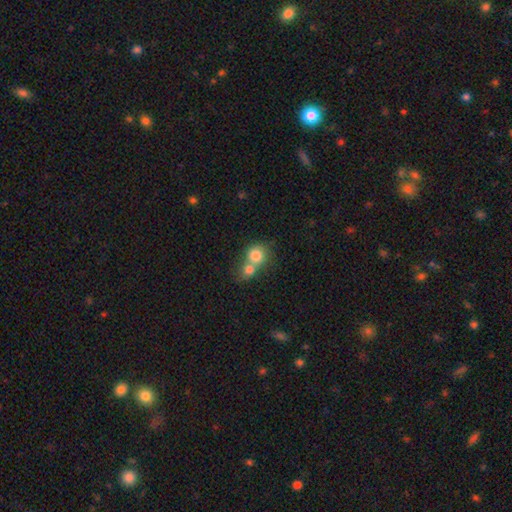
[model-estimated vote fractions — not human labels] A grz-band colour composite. It shows a smooth galaxy with no disk features (79%) that is round (80%). Merging: merger (65%).